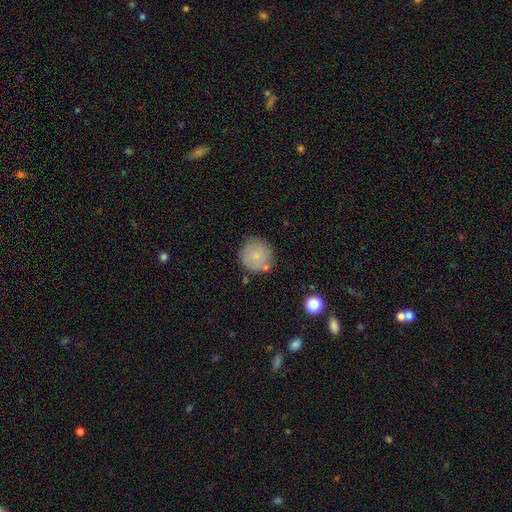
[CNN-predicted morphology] Smooth or featured?
  - smooth: 81% *
  - featured or disk: 12%
  - star or artifact: 8%
How rounded?
  - round: 93% *
  - in between: 6%
  - cigar-shaped: 1%
Merging?
  - none: 73% *
  - minor disturbance: 15%
  - merger: 7%
  - major disturbance: 4%